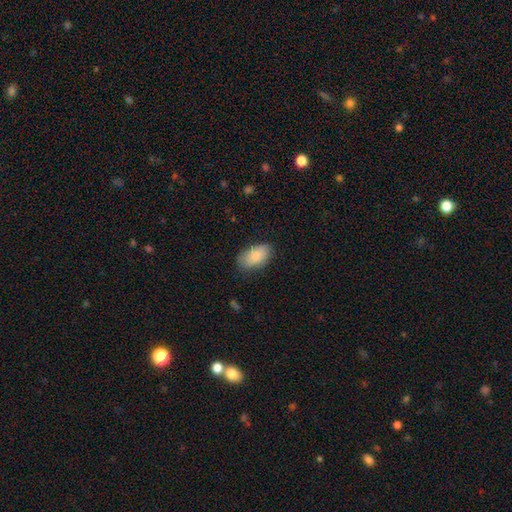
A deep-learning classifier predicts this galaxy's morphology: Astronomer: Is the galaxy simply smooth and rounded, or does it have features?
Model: smooth — 82%.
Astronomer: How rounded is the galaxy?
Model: in between — 94%.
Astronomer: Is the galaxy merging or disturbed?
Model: none — 77%.